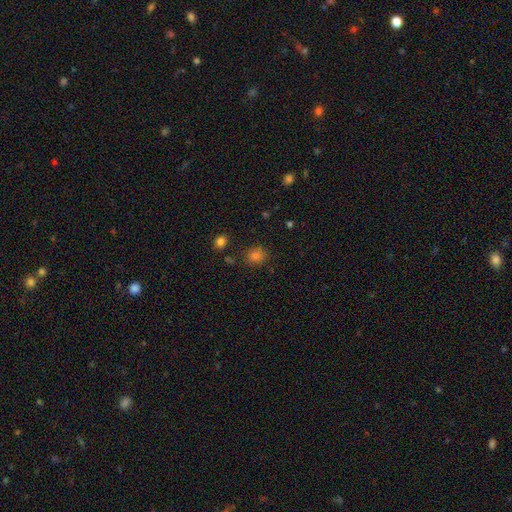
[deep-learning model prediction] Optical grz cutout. It shows a smooth galaxy with no disk features (76%) that is round (80%). Merging: none (83%).